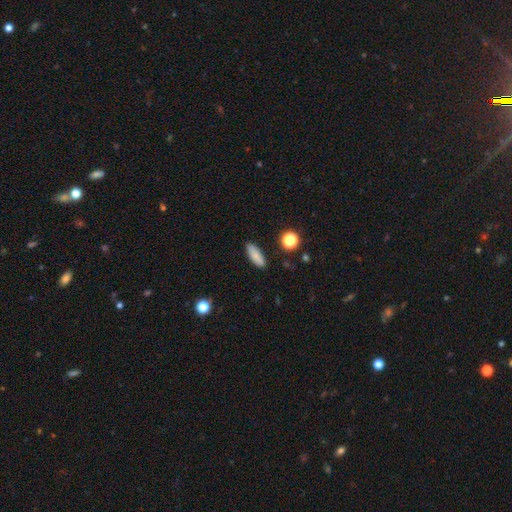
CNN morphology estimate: Smooth or featured?
  - smooth: 84% *
  - star or artifact: 8%
  - featured or disk: 8%
How rounded?
  - in between: 58% *
  - cigar-shaped: 39%
  - round: 3%
Merging?
  - none: 88% *
  - minor disturbance: 9%
  - major disturbance: 2%
  - merger: 2%